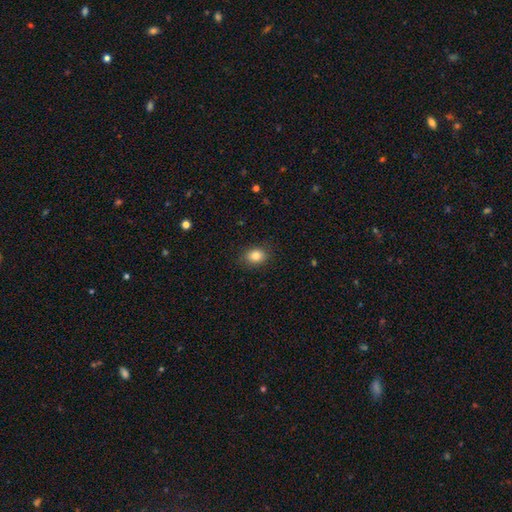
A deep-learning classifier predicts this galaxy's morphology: Smooth or featured?
  - smooth: 84% *
  - star or artifact: 10%
  - featured or disk: 7%
How rounded?
  - in between: 59% *
  - round: 40%
  - cigar-shaped: 1%
Merging?
  - none: 87% *
  - minor disturbance: 10%
  - major disturbance: 3%
  - merger: 1%